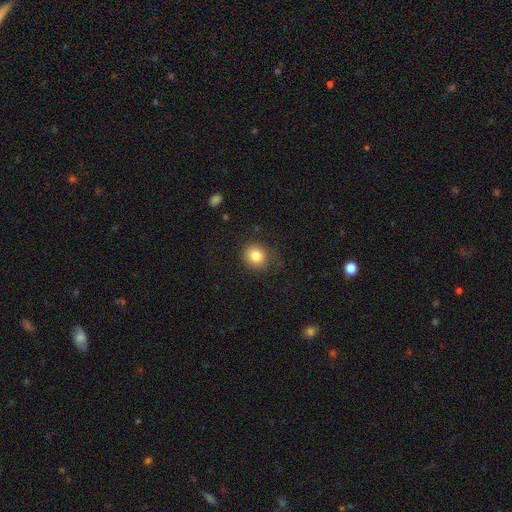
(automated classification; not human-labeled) Smooth or featured?
  - smooth: 82% *
  - star or artifact: 10%
  - featured or disk: 7%
How rounded?
  - round: 82% *
  - in between: 17%
  - cigar-shaped: 1%
Merging?
  - none: 77% *
  - minor disturbance: 16%
  - major disturbance: 6%
  - merger: 1%